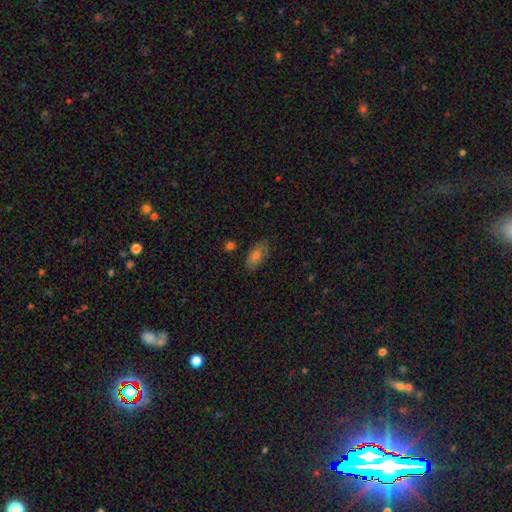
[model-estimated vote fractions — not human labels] Smooth or featured? smooth (66%)
How rounded? in between (88%)
Merging? none (81%)